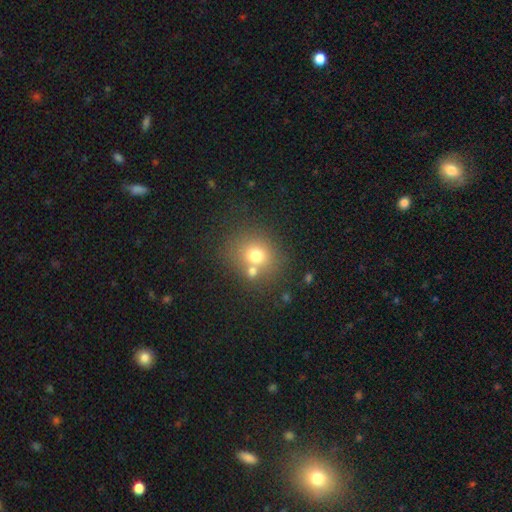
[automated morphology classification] Overall: smooth (72%). How rounded: round (74%). Merging: none (59%; merger 26%).